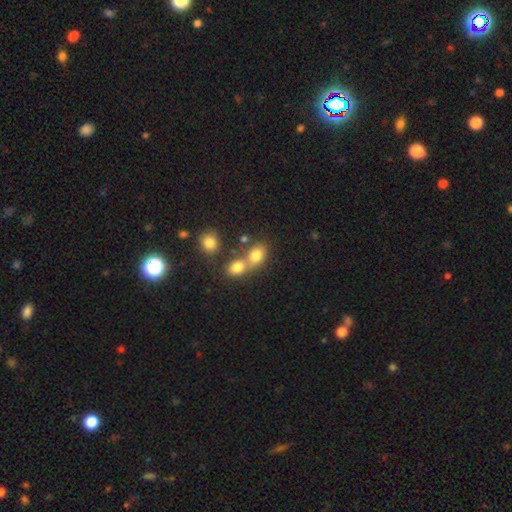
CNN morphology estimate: A smooth galaxy with no disk features (79%) that is in between round and cigar-shaped (53%).

Vote fractions:
- Smooth or featured? smooth: 79% / star or artifact: 12% / featured or disk: 9%
- How rounded? in between: 53% / round: 45% / cigar-shaped: 2%
- Merging? merger: 53% / none: 35% / minor disturbance: 8% / major disturbance: 4%